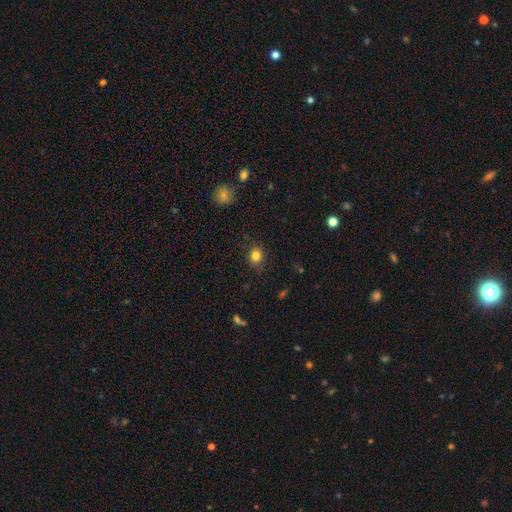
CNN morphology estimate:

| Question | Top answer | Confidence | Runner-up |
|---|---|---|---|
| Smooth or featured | smooth | 82% | star or artifact (12%) |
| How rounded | round | 76% | in between (23%) |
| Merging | none | 86% | minor disturbance (10%) |